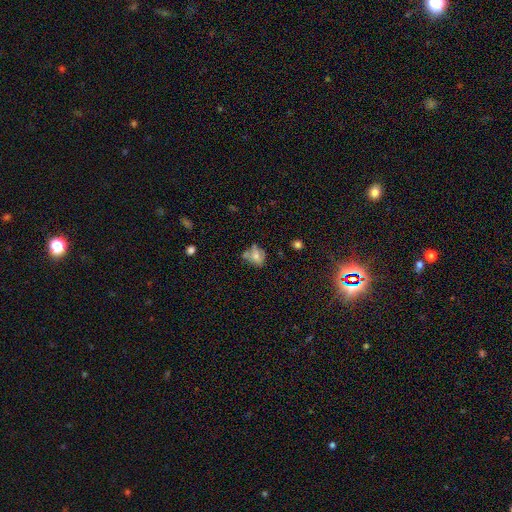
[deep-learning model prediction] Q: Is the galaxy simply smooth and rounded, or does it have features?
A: smooth — 61%.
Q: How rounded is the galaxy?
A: in between — 50%.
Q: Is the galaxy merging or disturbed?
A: none — 43%.